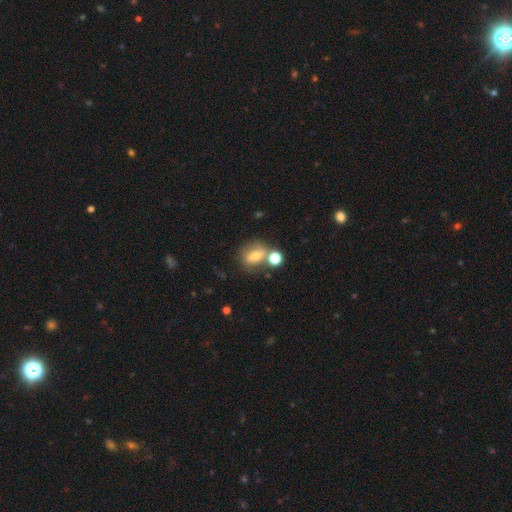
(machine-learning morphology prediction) Smooth or featured: smooth — 61% (featured or disk — 26%)
How rounded: in between — 50% (round — 47%)
Merging: none — 54% (merger — 26%)